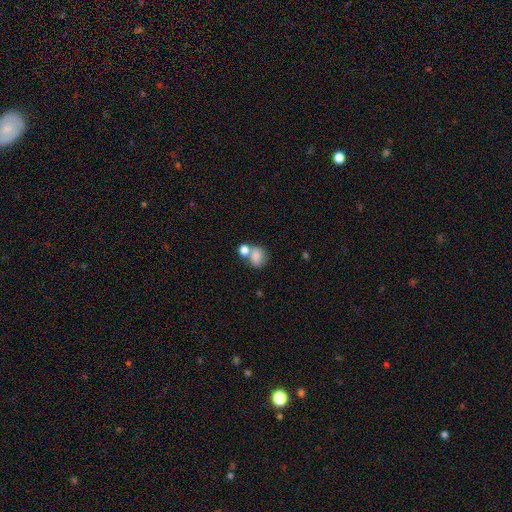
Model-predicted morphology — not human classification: smooth 80%, featured or disk 11%, star or artifact 9%. Down the decision tree: how rounded — round (49%, tied with in between); merging — merger (46%).